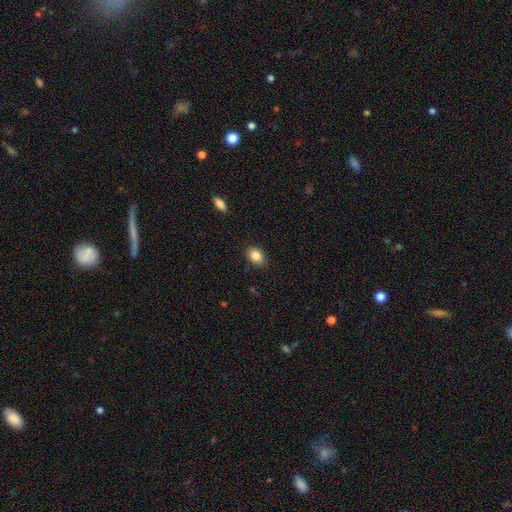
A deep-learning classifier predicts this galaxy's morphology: Smooth or featured: smooth — 86% (star or artifact — 8%)
How rounded: in between — 77% (round — 22%)
Merging: none — 88% (minor disturbance — 9%)